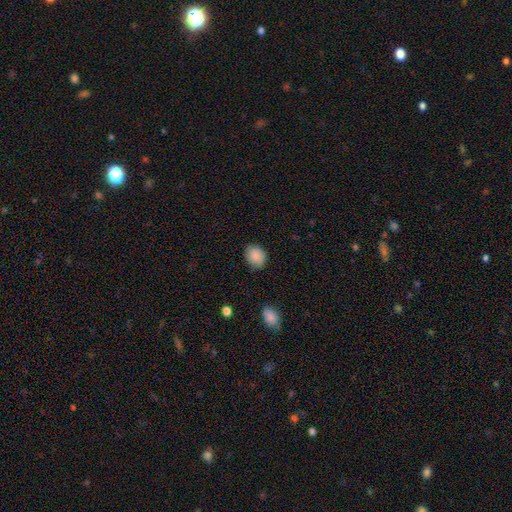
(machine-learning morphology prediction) smooth-or-featured: smooth: 88% | star or artifact: 7% | featured or disk: 4%
  how-rounded: round: 55% | in between: 44% | cigar-shaped: 1%
  merging: none: 84% | minor disturbance: 12% | major disturbance: 3% | merger: 1%